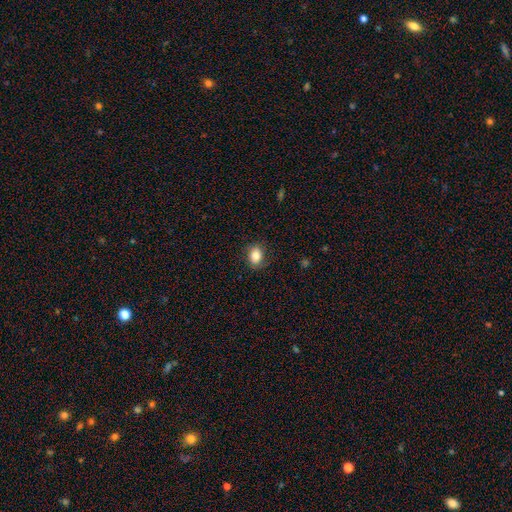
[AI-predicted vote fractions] smooth_or_featured: smooth (p=0.82) [alt: featured or disk p=0.09]
how_rounded: in between (p=0.63) [alt: round p=0.36]
merging: none (p=0.83) [alt: minor disturbance p=0.13]